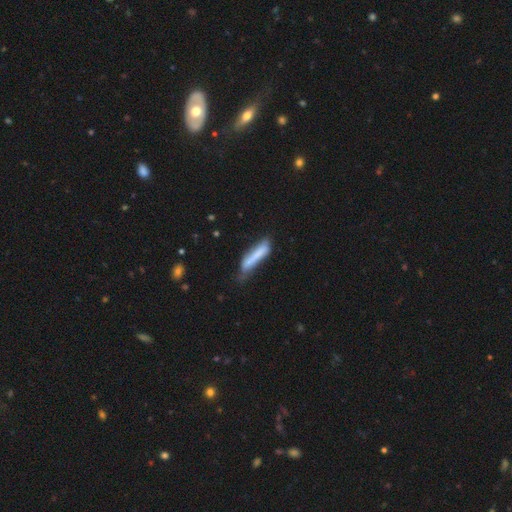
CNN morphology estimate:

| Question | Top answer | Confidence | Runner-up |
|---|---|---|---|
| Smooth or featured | smooth | 69% | featured or disk (24%) |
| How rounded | cigar-shaped | 84% | in between (14%) |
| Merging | none | 47% | minor disturbance (34%) |